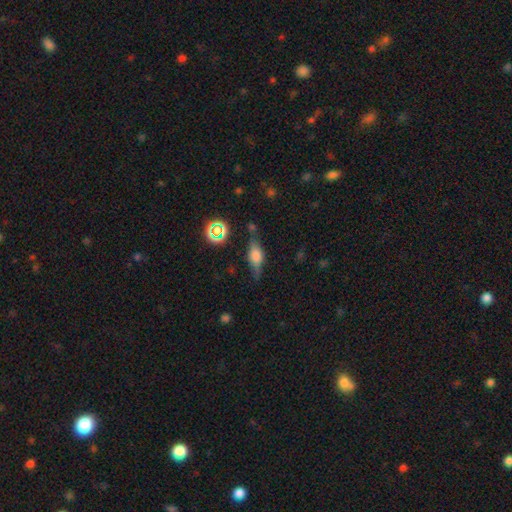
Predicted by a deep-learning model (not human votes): smooth_or_featured: featured or disk (p=0.52) [alt: smooth p=0.37]
disk_edge_on: yes (p=0.89) [alt: no p=0.11]
merging: none (p=0.68) [alt: minor disturbance p=0.21]